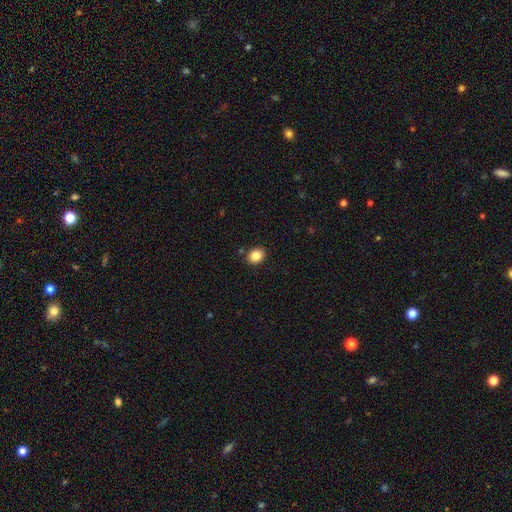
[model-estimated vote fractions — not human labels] The model was most divided on "how rounded": in between: 50%, round: 49%, cigar-shaped: 1%. More confident: merging — none (87%); smooth or featured — smooth (86%).